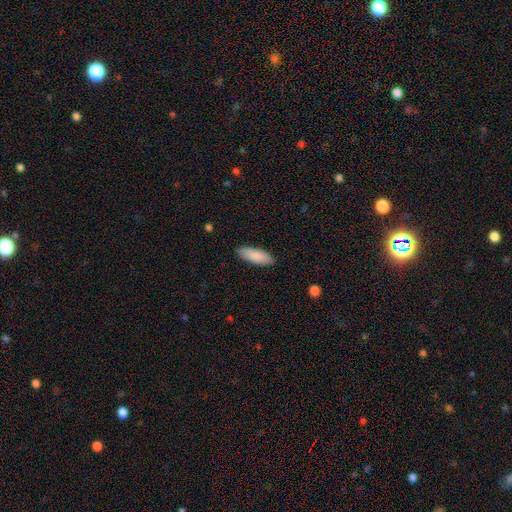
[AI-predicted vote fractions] Smooth or featured? smooth (88%)
How rounded? in between (63%)
Merging? none (89%)